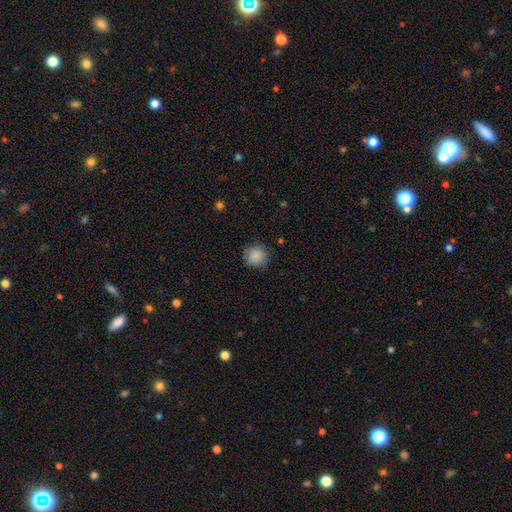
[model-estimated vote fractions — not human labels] Overall: smooth (88%). How rounded: round (88%). Merging: none (84%).